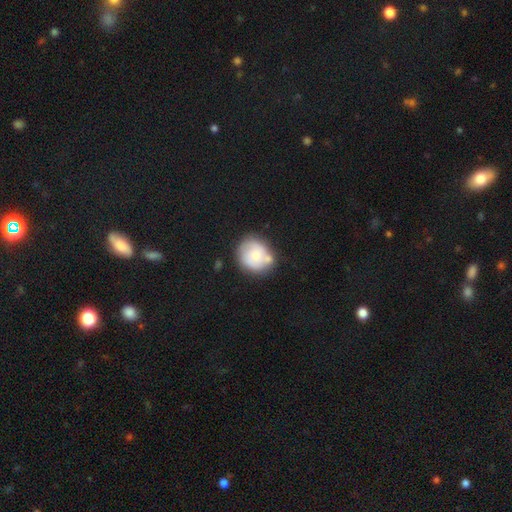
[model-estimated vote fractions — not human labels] Overall: smooth (58%; featured or disk 35%). How rounded: round (78%). Merging: none (53%; merger 21%).